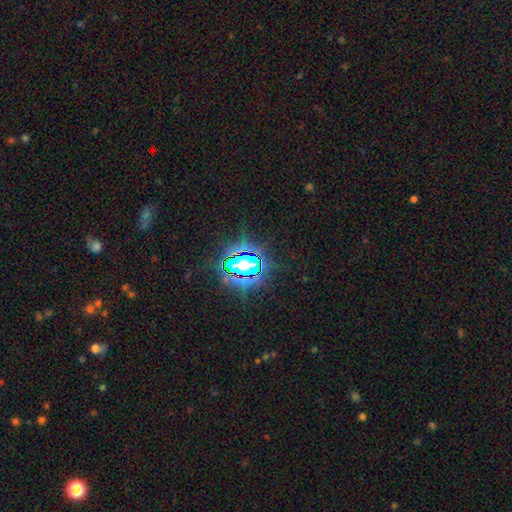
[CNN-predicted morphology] This appears to be a star or artifact, not a galaxy (80%).